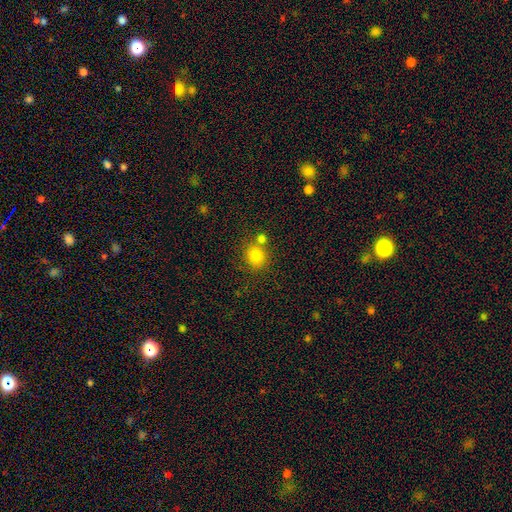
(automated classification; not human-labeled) The model was most divided on "merging": none: 65%, merger: 22%, minor disturbance: 10%, major disturbance: 3%. More confident: smooth or featured — smooth (82%); how rounded — round (82%).